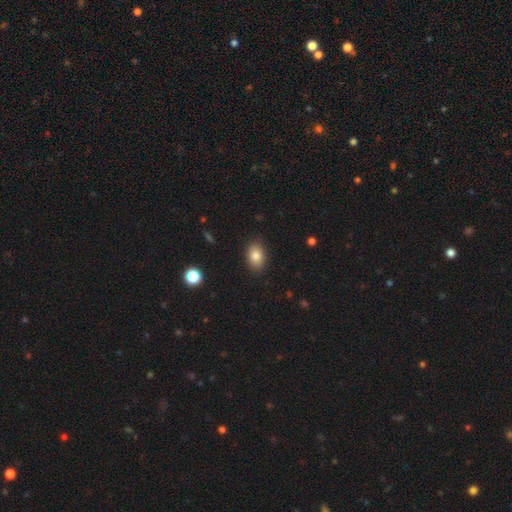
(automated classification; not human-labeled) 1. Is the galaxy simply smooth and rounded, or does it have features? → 82% smooth, 9% star or artifact, 9% featured or disk.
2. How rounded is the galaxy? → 83% in between, 15% round, 1% cigar-shaped.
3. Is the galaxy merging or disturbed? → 87% none, 9% minor disturbance, 2% major disturbance, 1% merger.